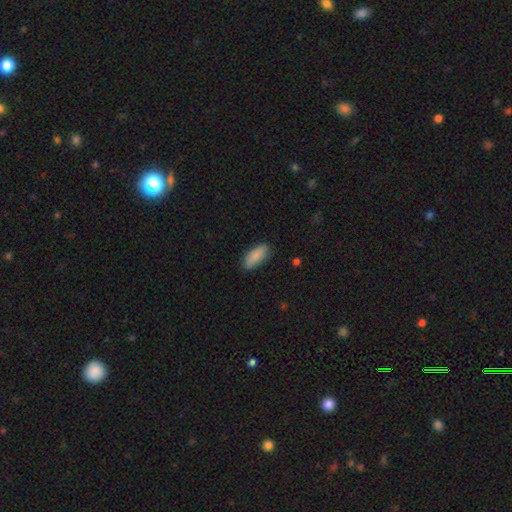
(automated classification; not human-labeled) smooth 87%, featured or disk 7%, star or artifact 6%. Down the decision tree: how rounded — in between (78%); merging — none (83%).